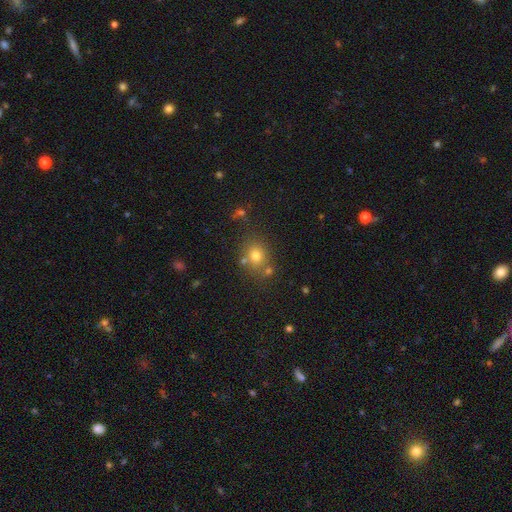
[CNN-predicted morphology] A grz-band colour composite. It shows a smooth galaxy with no disk features (73%) that is round (68%). Merging: none (69%).